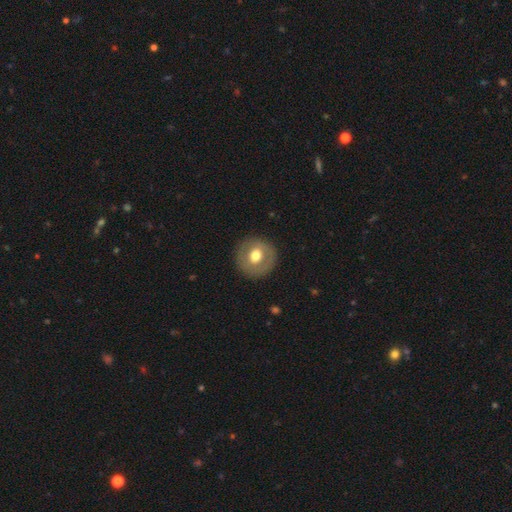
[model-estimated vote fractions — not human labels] The model was most divided on "smooth or featured": smooth: 56%, featured or disk: 37%, star or artifact: 7%. More confident: how rounded — round (92%); merging — none (88%).